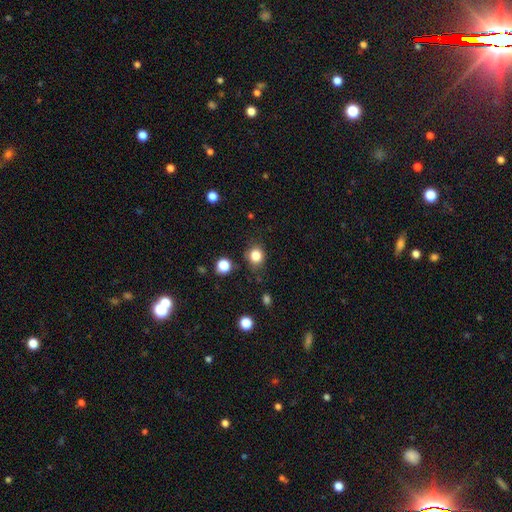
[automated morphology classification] A smooth galaxy with no disk features (83%) that is round (81%).

Vote fractions:
- Smooth or featured? smooth: 83% / star or artifact: 12% / featured or disk: 5%
- How rounded? round: 81% / in between: 18% / cigar-shaped: 1%
- Merging? none: 79% / minor disturbance: 14% / major disturbance: 4% / merger: 3%